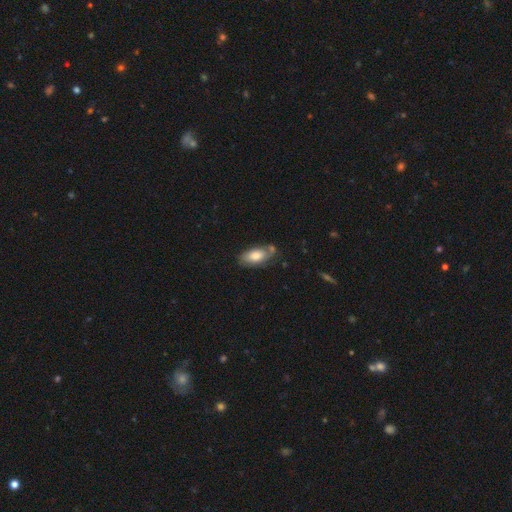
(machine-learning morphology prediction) The model was most divided on "merging": none: 58%, minor disturbance: 25%, merger: 10%, major disturbance: 7%. More confident: how rounded — in between (90%); smooth or featured — smooth (70%).